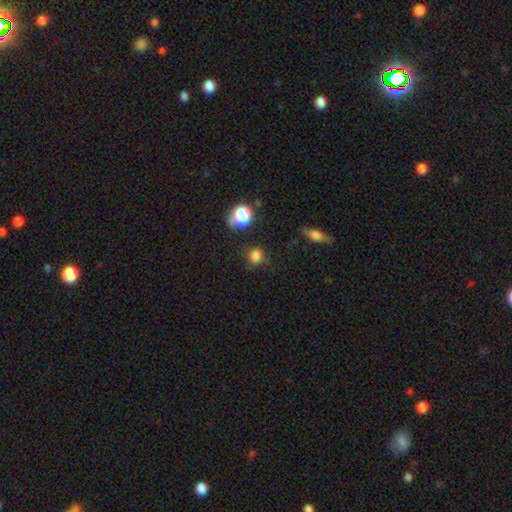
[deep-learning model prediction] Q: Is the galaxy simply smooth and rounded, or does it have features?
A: smooth — 80%.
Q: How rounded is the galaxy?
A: round — 75%.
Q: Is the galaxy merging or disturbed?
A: none — 69%.